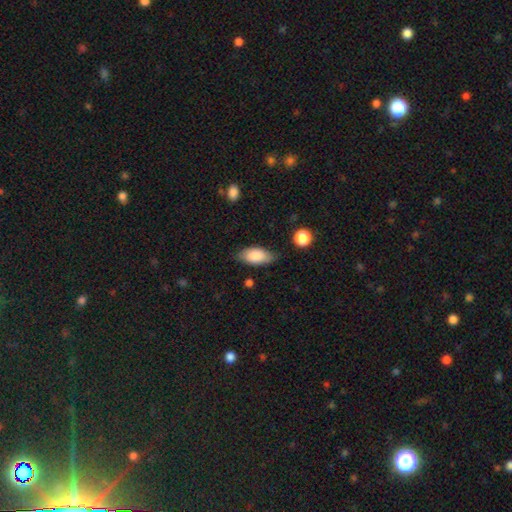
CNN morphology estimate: A smooth galaxy with no disk features (84%) that is in between round and cigar-shaped (90%).

Vote fractions:
- Smooth or featured? smooth: 84% / featured or disk: 9% / star or artifact: 6%
- How rounded? in between: 90% / cigar-shaped: 7% / round: 3%
- Merging? none: 74% / minor disturbance: 19% / major disturbance: 4% / merger: 2%